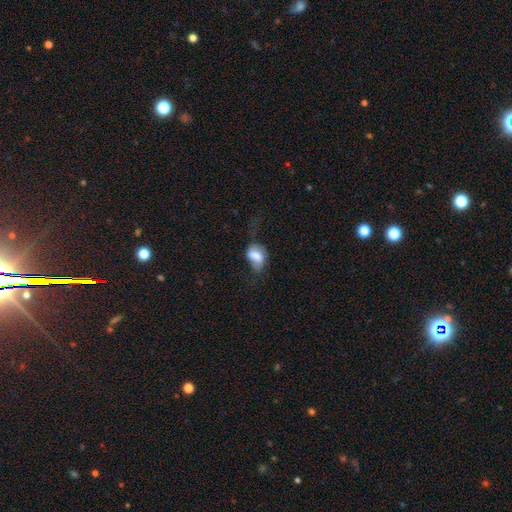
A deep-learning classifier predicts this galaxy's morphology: A smooth galaxy with no disk features (67%) that is in between round and cigar-shaped (77%).

Vote fractions:
- Smooth or featured? smooth: 67% / featured or disk: 25% / star or artifact: 9%
- How rounded? in between: 77% / round: 21% / cigar-shaped: 2%
- Merging? none: 36% / minor disturbance: 31% / major disturbance: 29% / merger: 4%